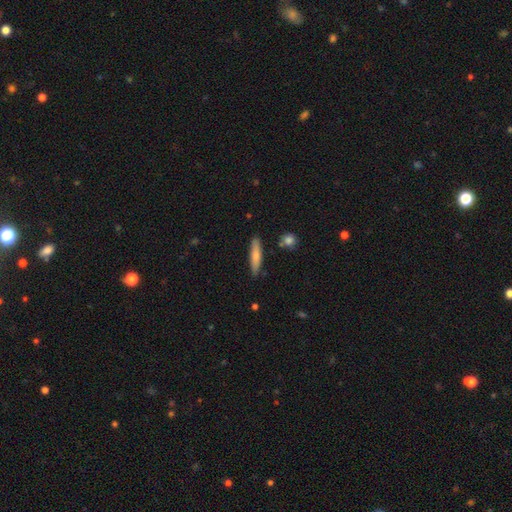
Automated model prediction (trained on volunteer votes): smooth-or-featured: smooth: 73% | featured or disk: 21% | star or artifact: 6%
  how-rounded: cigar-shaped: 83% | in between: 15% | round: 2%
  merging: none: 85% | minor disturbance: 10% | merger: 3% | major disturbance: 2%